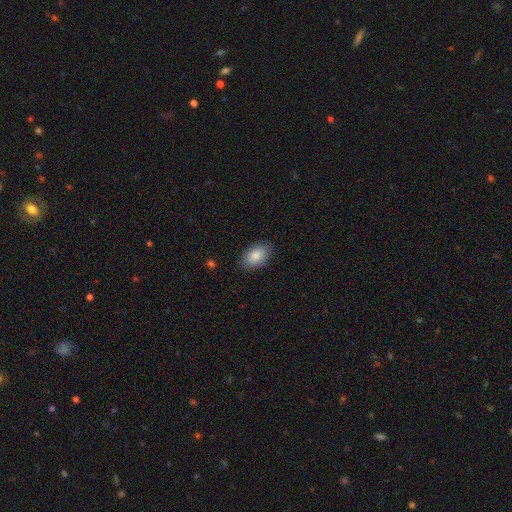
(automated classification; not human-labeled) A smooth galaxy with no disk features (87%) that is in between round and cigar-shaped (91%).

Vote fractions:
- Smooth or featured? smooth: 87% / featured or disk: 7% / star or artifact: 7%
- How rounded? in between: 91% / round: 7% / cigar-shaped: 1%
- Merging? none: 85% / minor disturbance: 11% / major disturbance: 3% / merger: 1%